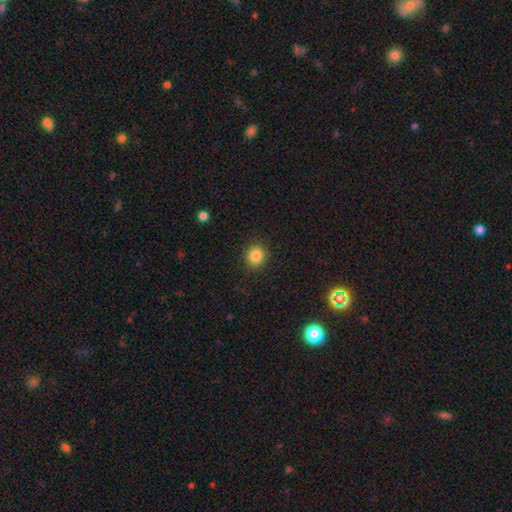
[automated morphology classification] smooth 85%, star or artifact 11%, featured or disk 4%. Down the decision tree: how rounded — round (89%); merging — none (91%).